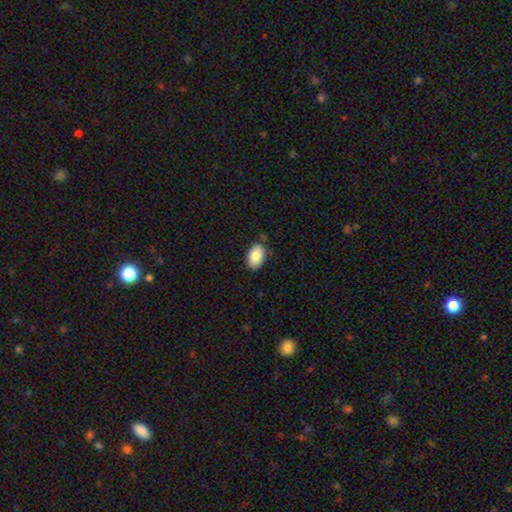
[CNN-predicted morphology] Smooth or featured? Predicted: smooth (p=0.84). How rounded? Predicted: in between (p=0.88). Merging? Predicted: none (p=0.79).